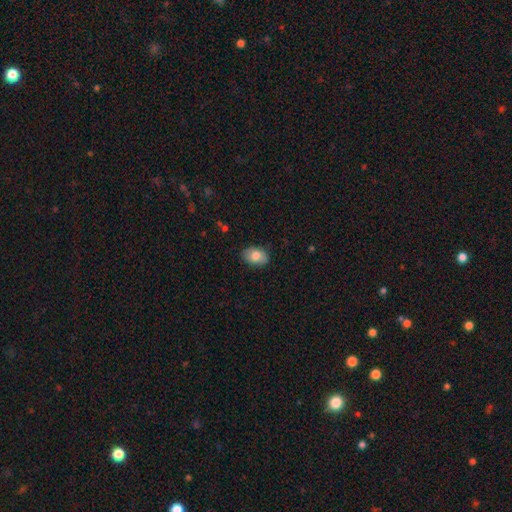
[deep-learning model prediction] This is likely a smooth galaxy (79%). How rounded: clearly in between (85%). Merging: clearly none (85%).